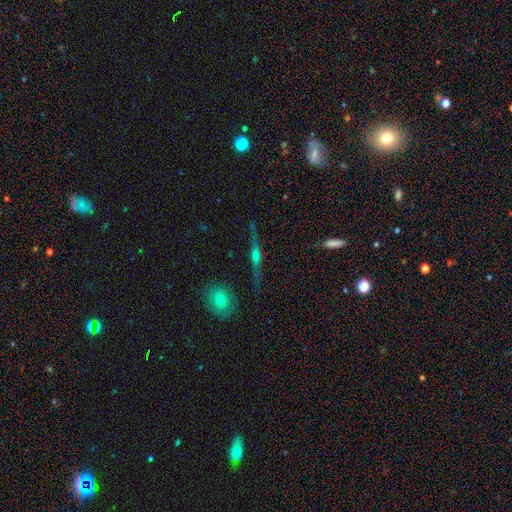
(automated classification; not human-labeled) smooth_or_featured: featured or disk (p=0.71) [alt: smooth p=0.18]
disk_edge_on: yes (p=0.96) [alt: no p=0.04]
edge_on_bulge: rounded (p=0.87) [alt: boxy p=0.07]
merging: none (p=0.86) [alt: minor disturbance p=0.09]